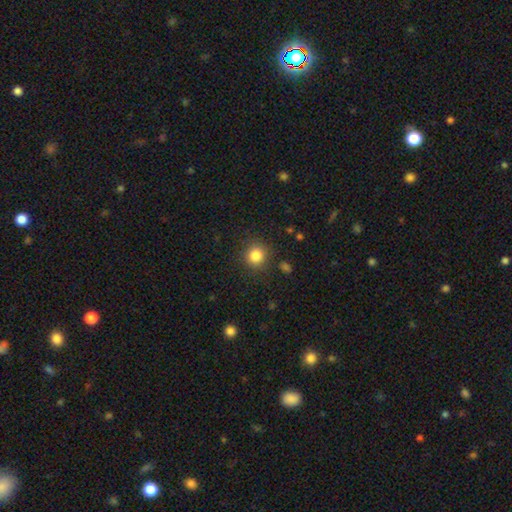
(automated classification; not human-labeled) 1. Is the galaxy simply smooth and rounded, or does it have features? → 84% smooth, 11% star or artifact, 5% featured or disk.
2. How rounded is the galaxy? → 89% round, 10% in between, 1% cigar-shaped.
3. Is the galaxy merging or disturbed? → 88% none, 7% minor disturbance, 3% major disturbance, 2% merger.